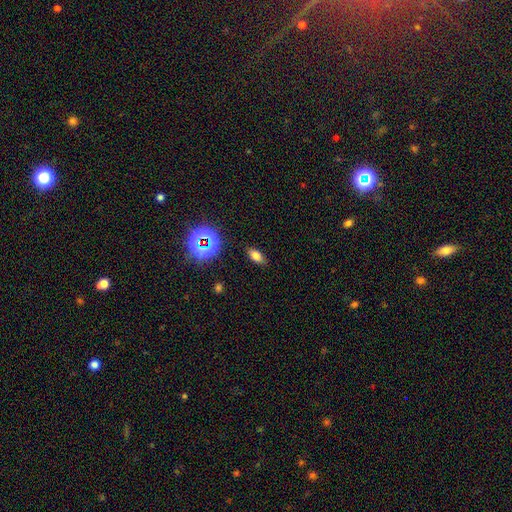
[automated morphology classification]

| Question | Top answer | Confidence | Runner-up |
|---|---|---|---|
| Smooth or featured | smooth | 70% | star or artifact (19%) |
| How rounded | in between | 81% | cigar-shaped (11%) |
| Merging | none | 85% | minor disturbance (10%) |